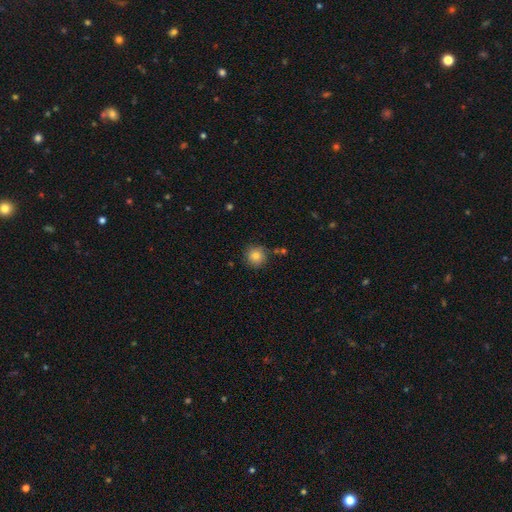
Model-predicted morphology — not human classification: smooth_or_featured: smooth (p=0.83) [alt: star or artifact p=0.10]
how_rounded: round (p=0.94) [alt: in between p=0.05]
merging: none (p=0.83) [alt: minor disturbance p=0.11]